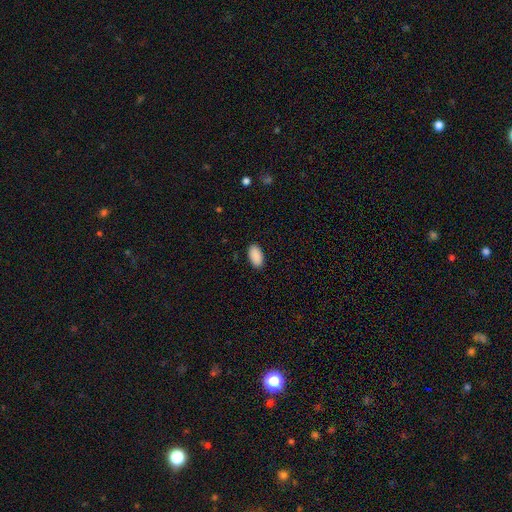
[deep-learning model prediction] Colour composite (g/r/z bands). It shows a smooth galaxy with no disk features (91%) that is in between round and cigar-shaped (95%). Merging: none (90%).